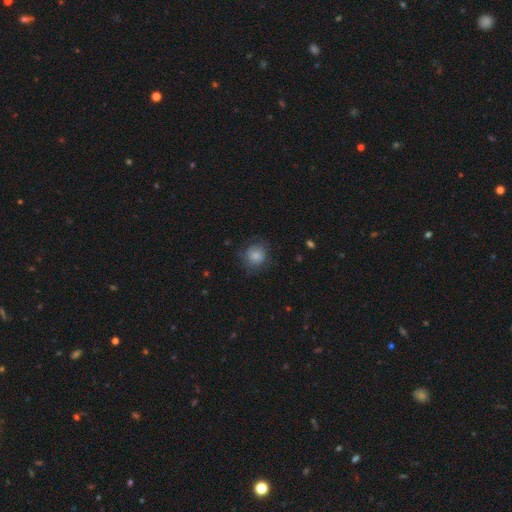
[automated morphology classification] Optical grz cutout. It shows a smooth galaxy with no disk features (77%) that is round (83%). Merging: none (69%).